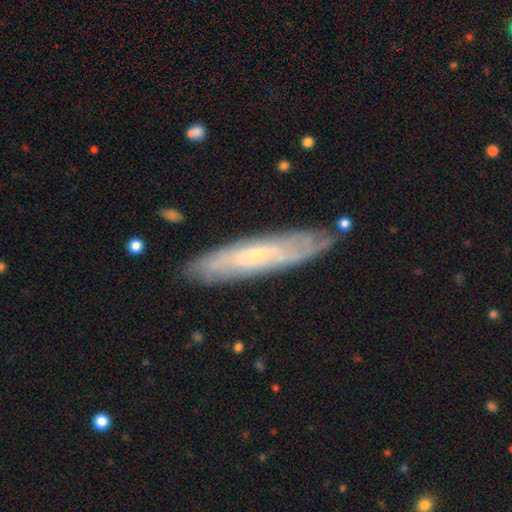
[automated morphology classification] This appears to be a featured or disk galaxy (63%). Merging: none (80%).